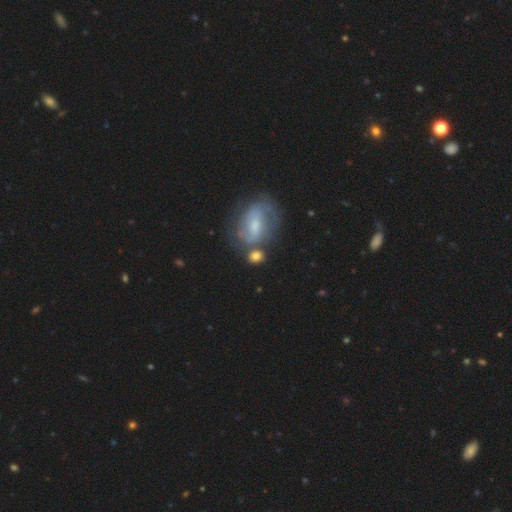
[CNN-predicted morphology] A smooth galaxy with no disk features (62%) that is round (53%). Merging: none (57%).